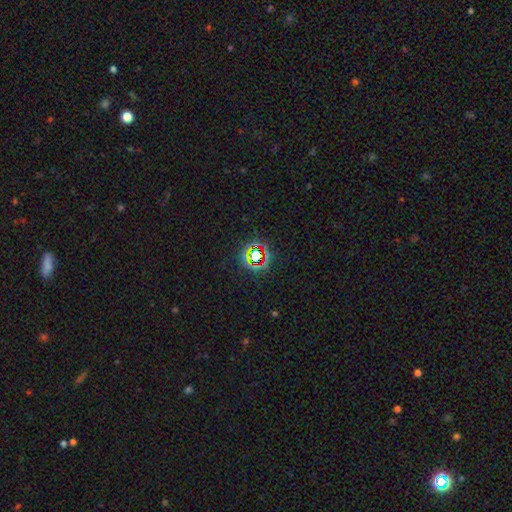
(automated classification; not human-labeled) This is likely a star or artifact rather than a galaxy (72%).